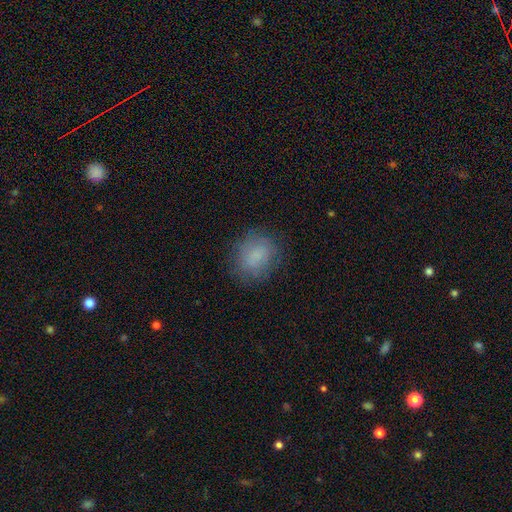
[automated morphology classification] Smooth or featured: smooth — 79% (featured or disk — 12%)
How rounded: round — 61% (in between — 38%)
Merging: none — 78% (minor disturbance — 15%)